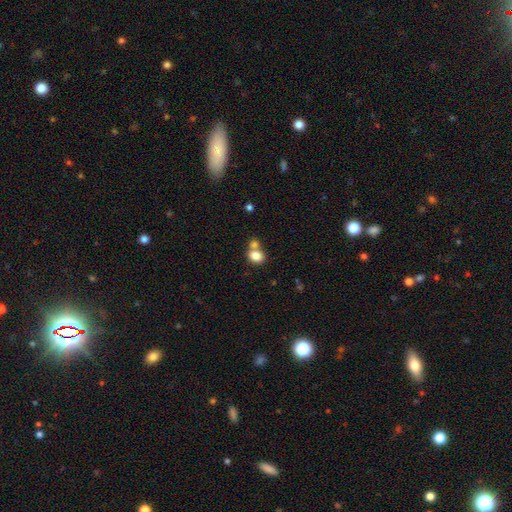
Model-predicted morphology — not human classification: smooth-or-featured: smooth: 82% | star or artifact: 10% | featured or disk: 8%
  how-rounded: in between: 53% | round: 46% | cigar-shaped: 1%
  merging: none: 45% | merger: 42% | minor disturbance: 9% | major disturbance: 4%